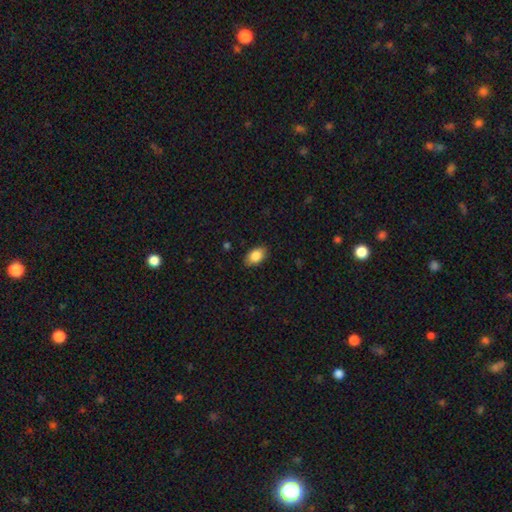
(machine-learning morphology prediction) smooth 86%, star or artifact 7%, featured or disk 7%. Down the decision tree: how rounded — in between (90%); merging — none (86%).